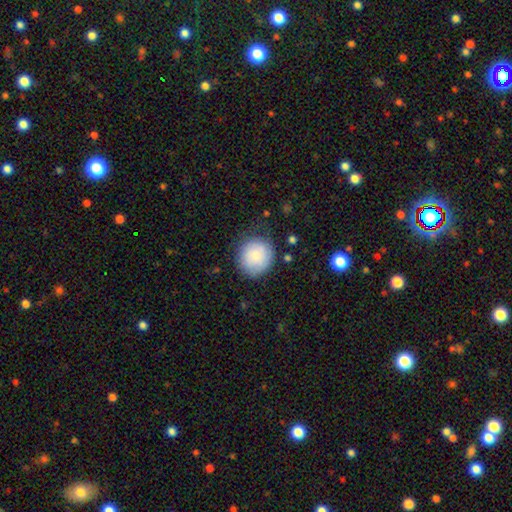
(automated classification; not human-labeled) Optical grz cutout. It shows a smooth galaxy with no disk features (83%) that is round (89%). Merging: none (73%).